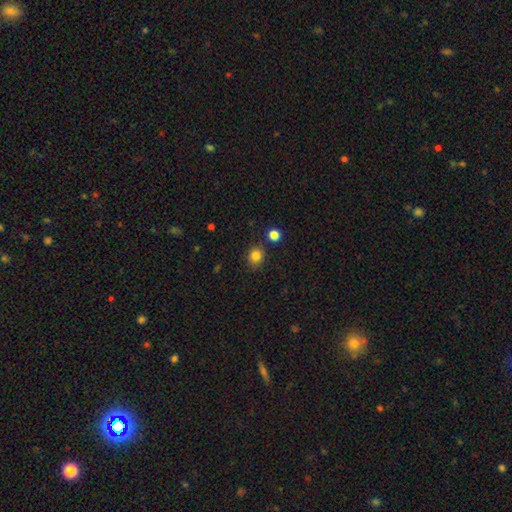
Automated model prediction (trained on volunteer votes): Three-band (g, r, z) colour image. It shows a smooth galaxy with no disk features (83%) that is round (78%). Merging: none (83%).